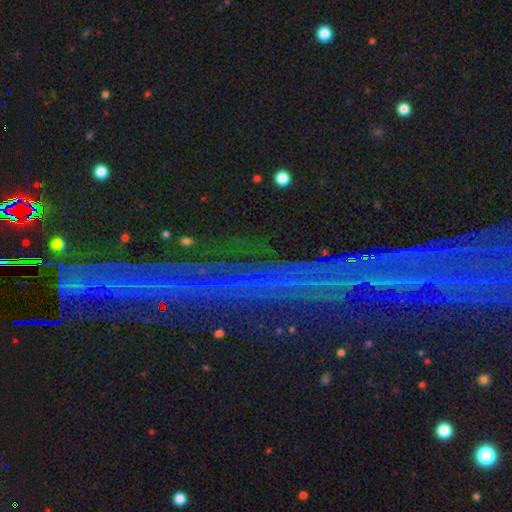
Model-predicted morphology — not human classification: star or artifact 85%, featured or disk 9%, smooth 6%.